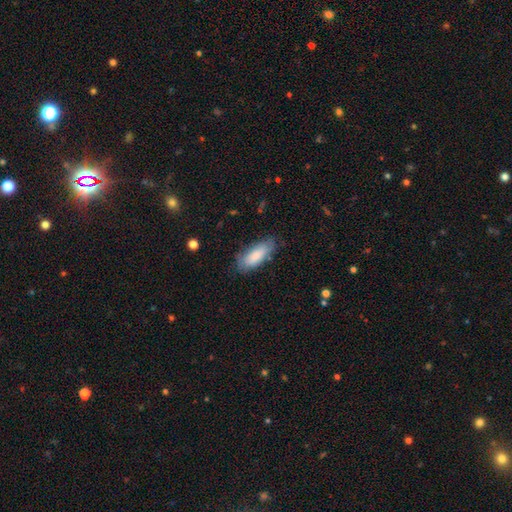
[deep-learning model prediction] Smooth or featured?
  - smooth: 80% *
  - featured or disk: 14%
  - star or artifact: 6%
How rounded?
  - in between: 76% *
  - cigar-shaped: 22%
  - round: 2%
Merging?
  - none: 73% *
  - minor disturbance: 21%
  - major disturbance: 5%
  - merger: 2%